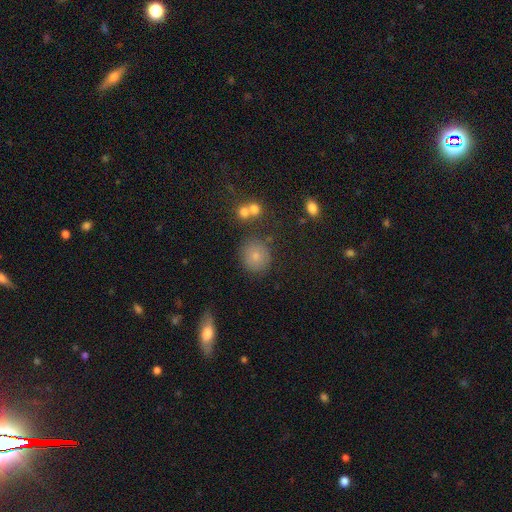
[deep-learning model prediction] A smooth galaxy with no disk features (78%) that is round (87%).

Vote fractions:
- Smooth or featured? smooth: 78% / star or artifact: 11% / featured or disk: 11%
- How rounded? round: 87% / in between: 12% / cigar-shaped: 1%
- Merging? none: 80% / minor disturbance: 11% / merger: 5% / major disturbance: 4%